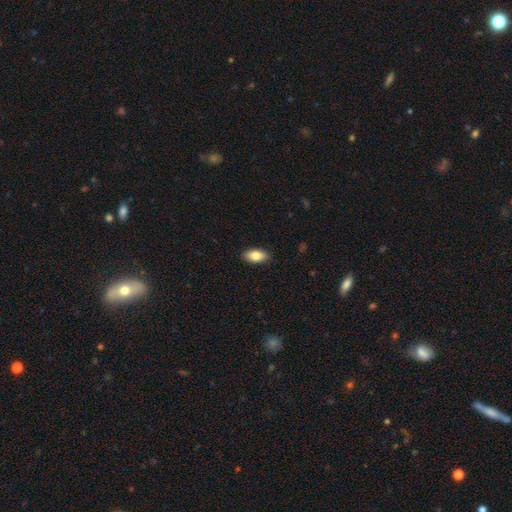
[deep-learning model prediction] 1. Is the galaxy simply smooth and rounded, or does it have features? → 82% smooth, 11% featured or disk, 7% star or artifact.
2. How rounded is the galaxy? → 91% in between, 6% cigar-shaped, 3% round.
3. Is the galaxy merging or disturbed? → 89% none, 8% minor disturbance, 2% major disturbance, 1% merger.